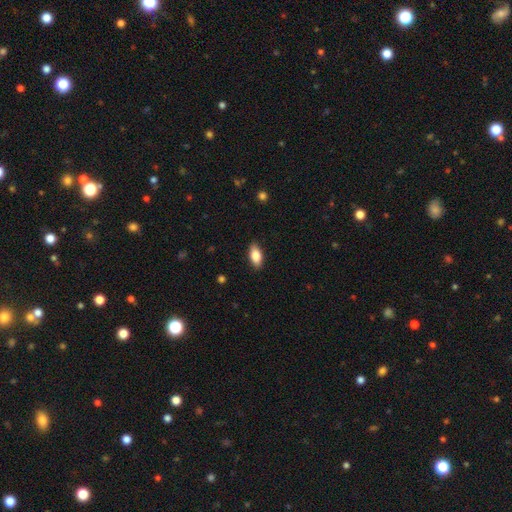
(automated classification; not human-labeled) smooth 83%, featured or disk 10%, star or artifact 7%. Down the decision tree: how rounded — in between (89%); merging — none (87%).